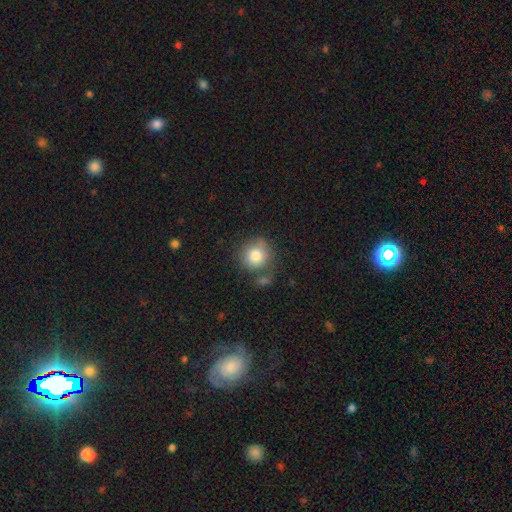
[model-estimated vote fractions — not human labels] This appears to be a smooth galaxy with no disk features (82%) that is round (90%). Merging: none (68%).